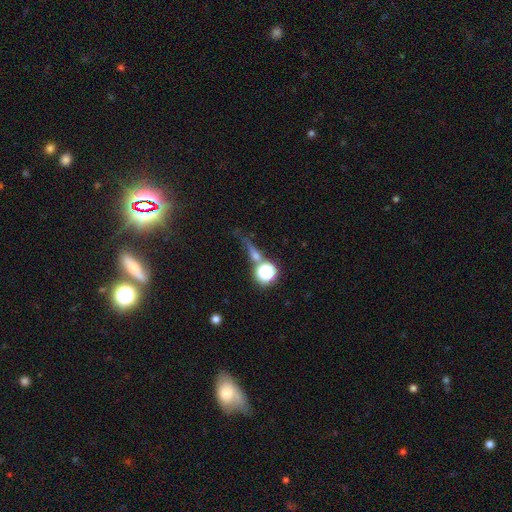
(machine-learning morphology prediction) Smooth or featured? Predicted: star or artifact (p=0.41).